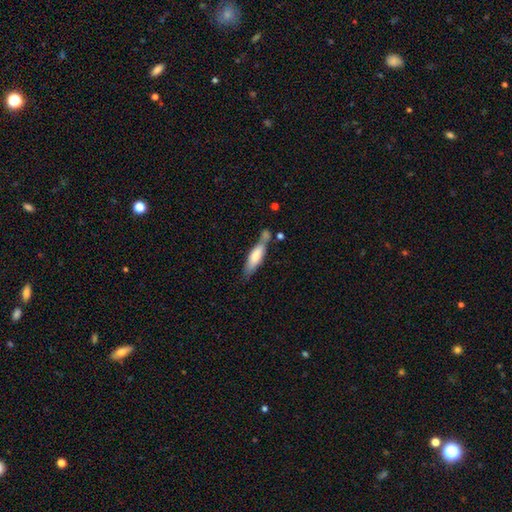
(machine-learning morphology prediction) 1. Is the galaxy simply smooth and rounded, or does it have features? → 68% smooth, 26% featured or disk, 6% star or artifact.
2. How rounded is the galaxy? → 64% cigar-shaped, 34% in between, 2% round.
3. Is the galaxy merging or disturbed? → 52% none, 22% merger, 20% minor disturbance, 6% major disturbance.